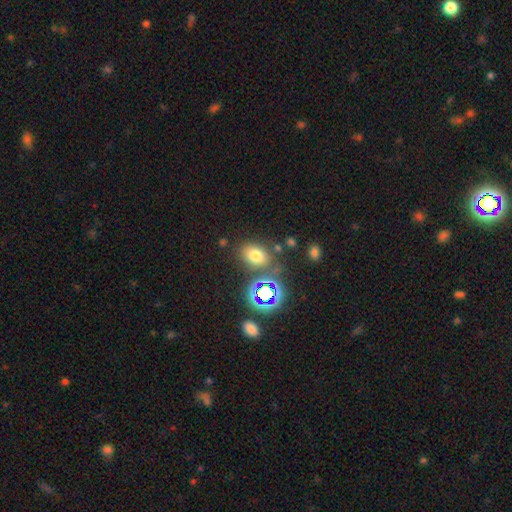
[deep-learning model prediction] Smooth or featured: smooth — 67% (star or artifact — 23%)
How rounded: in between — 74% (round — 25%)
Merging: none — 74% (minor disturbance — 12%)